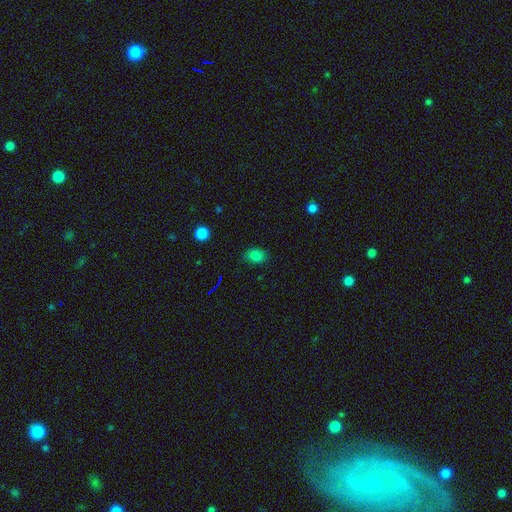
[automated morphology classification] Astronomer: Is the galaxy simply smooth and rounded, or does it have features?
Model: smooth — 79%.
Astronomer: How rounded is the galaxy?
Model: in between — 74%.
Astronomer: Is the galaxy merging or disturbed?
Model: none — 80%.